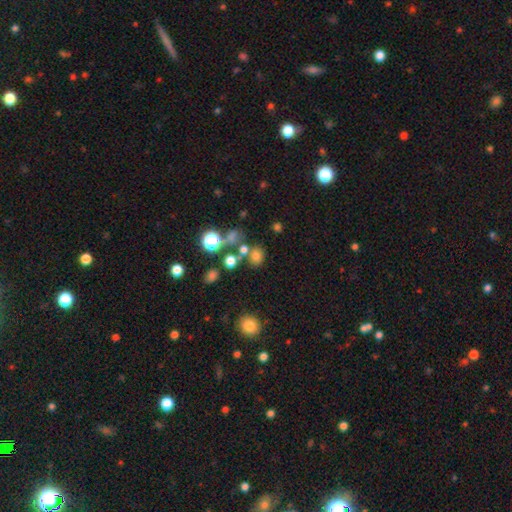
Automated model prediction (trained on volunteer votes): A smooth galaxy with no disk features (68%) that is round (72%).

Vote fractions:
- Smooth or featured? smooth: 68% / star or artifact: 23% / featured or disk: 9%
- How rounded? round: 72% / in between: 27% / cigar-shaped: 1%
- Merging? none: 62% / merger: 21% / minor disturbance: 11% / major disturbance: 6%